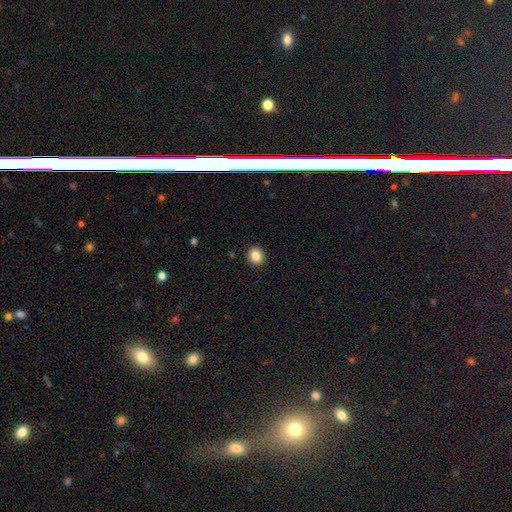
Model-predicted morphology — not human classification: The model was most divided on "how rounded": round: 81%, in between: 19%, cigar-shaped: 1%. More confident: merging — none (92%); smooth or featured — smooth (85%).